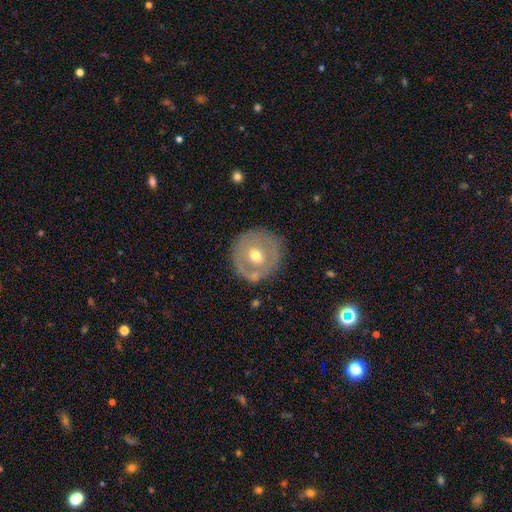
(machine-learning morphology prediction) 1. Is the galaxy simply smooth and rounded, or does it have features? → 47% featured or disk, 45% smooth, 7% star or artifact.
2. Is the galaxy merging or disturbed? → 78% none, 12% minor disturbance, 5% major disturbance, 4% merger.